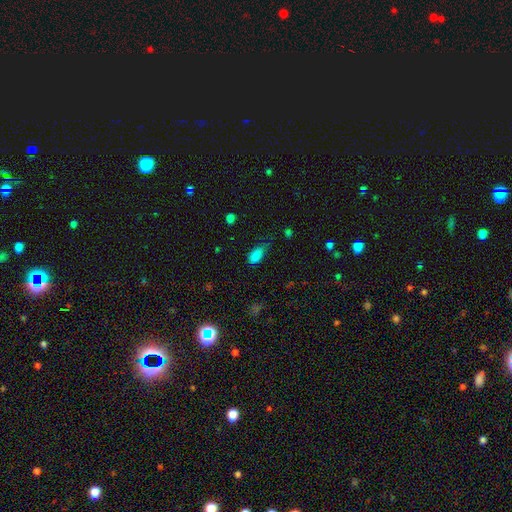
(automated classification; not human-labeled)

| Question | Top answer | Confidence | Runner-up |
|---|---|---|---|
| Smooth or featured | smooth | 83% | star or artifact (11%) |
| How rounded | in between | 89% | cigar-shaped (7%) |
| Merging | none | 44% | minor disturbance (40%) |